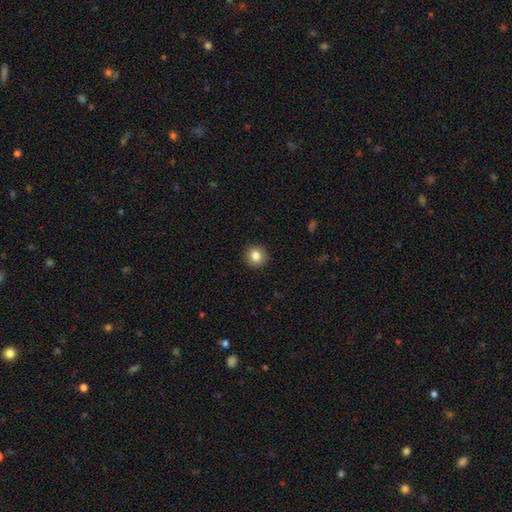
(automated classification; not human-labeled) Smooth or featured? Predicted: smooth (p=0.83). How rounded? Predicted: round (p=0.91). Merging? Predicted: none (p=0.91).